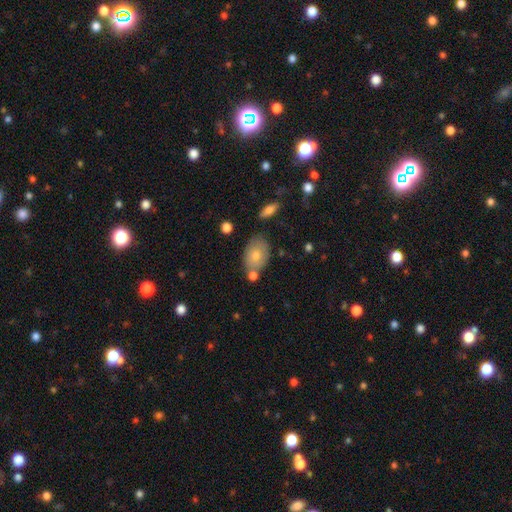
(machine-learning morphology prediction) The model was most divided on "merging": none: 65%, minor disturbance: 17%, merger: 13%, major disturbance: 4%. More confident: how rounded — in between (80%); smooth or featured — smooth (74%).